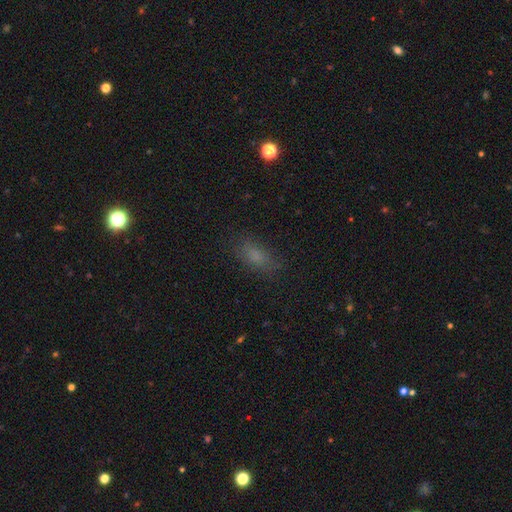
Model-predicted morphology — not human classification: The model was most divided on "smooth or featured": smooth: 74%, star or artifact: 16%, featured or disk: 10%. More confident: how rounded — in between (80%); merging — none (76%).